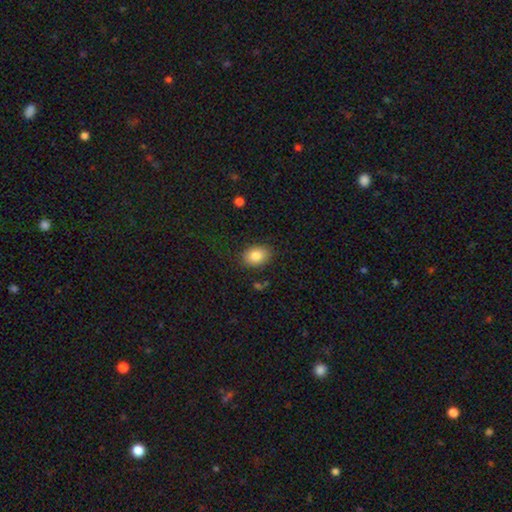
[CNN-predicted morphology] A smooth galaxy with no disk features (84%) that is in between round and cigar-shaped (72%).

Vote fractions:
- Smooth or featured? smooth: 84% / star or artifact: 8% / featured or disk: 8%
- How rounded? in between: 72% / round: 27% / cigar-shaped: 1%
- Merging? none: 85% / minor disturbance: 11% / major disturbance: 3% / merger: 2%